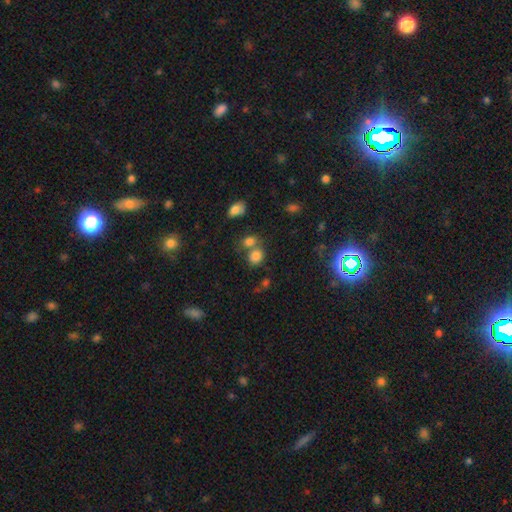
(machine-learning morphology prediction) Overall: smooth (79%). How rounded: round (64%; in between 35%). Merging: none (50%; merger 35%).